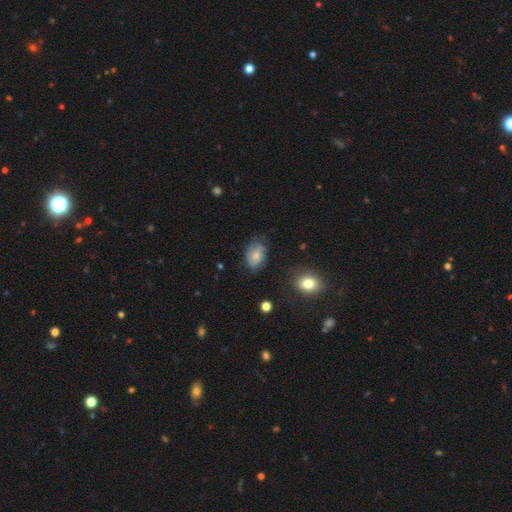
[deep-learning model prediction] smooth_or_featured: smooth (p=0.67) [alt: featured or disk p=0.24]
how_rounded: in between (p=0.84) [alt: round p=0.14]
merging: none (p=0.64) [alt: minor disturbance p=0.26]